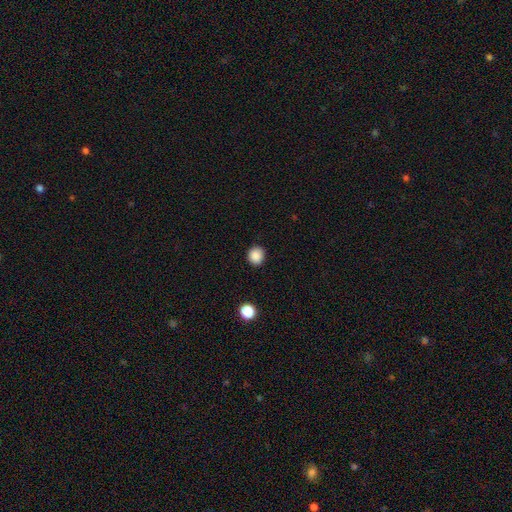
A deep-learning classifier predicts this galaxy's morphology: Smooth or featured? smooth (88%)
How rounded? round (81%)
Merging? none (90%)